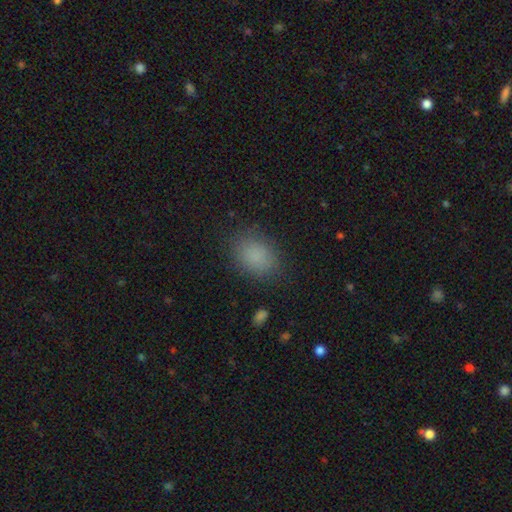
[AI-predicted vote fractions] Smooth or featured? smooth (85%)
How rounded? in between (64%)
Merging? none (83%)